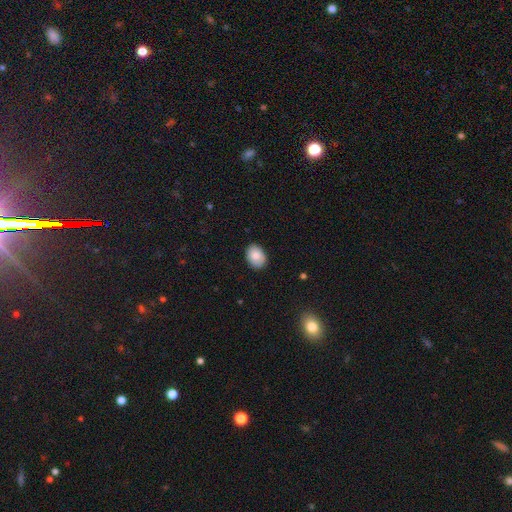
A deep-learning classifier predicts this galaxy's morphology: type=smooth (85%); roundness=in between (78%); merging=none (86%).